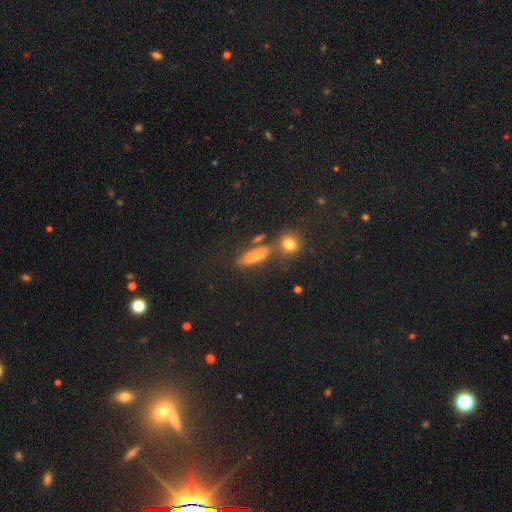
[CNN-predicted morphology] This appears to be a smooth galaxy with no disk features (64%) that is in between round and cigar-shaped (52%). Merging: none (65%).